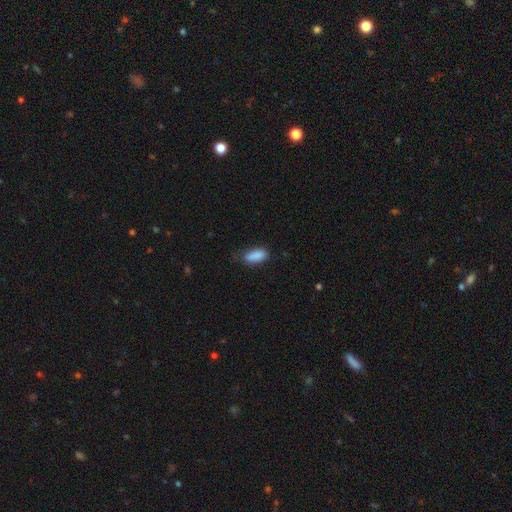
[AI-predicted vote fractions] The model was most divided on "merging": none: 70%, minor disturbance: 24%, major disturbance: 5%, merger: 2%. More confident: smooth or featured — smooth (88%); how rounded — in between (77%).